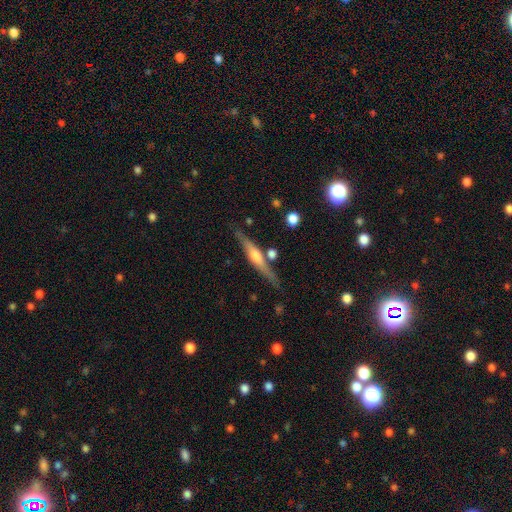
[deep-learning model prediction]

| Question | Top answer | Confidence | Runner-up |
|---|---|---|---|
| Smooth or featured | featured or disk | 70% | smooth (24%) |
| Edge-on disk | yes | 97% | no (3%) |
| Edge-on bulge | rounded | 83% | boxy (10%) |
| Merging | none | 80% | minor disturbance (12%) |